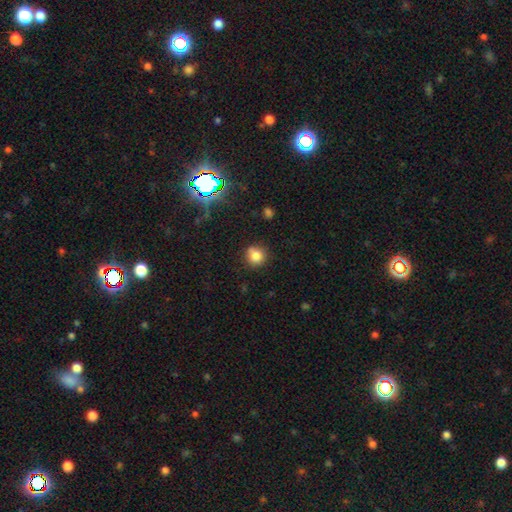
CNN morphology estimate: The model was most divided on "merging": none: 80%, minor disturbance: 14%, merger: 4%, major disturbance: 3%. More confident: how rounded — round (88%); smooth or featured — smooth (80%).